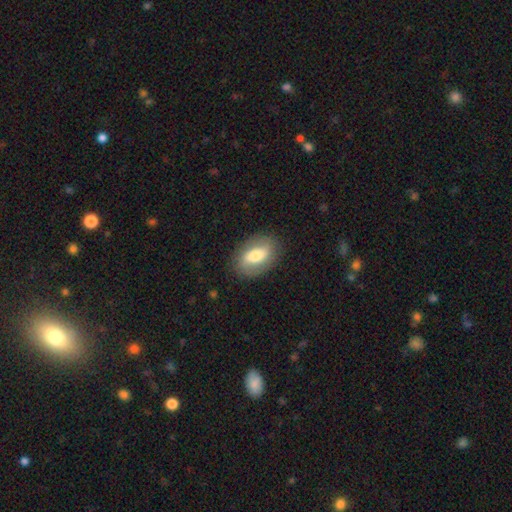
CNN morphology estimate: Smooth or featured? Predicted: smooth (p=0.56). How rounded? Predicted: in between (p=0.86). Merging? Predicted: none (p=0.84).